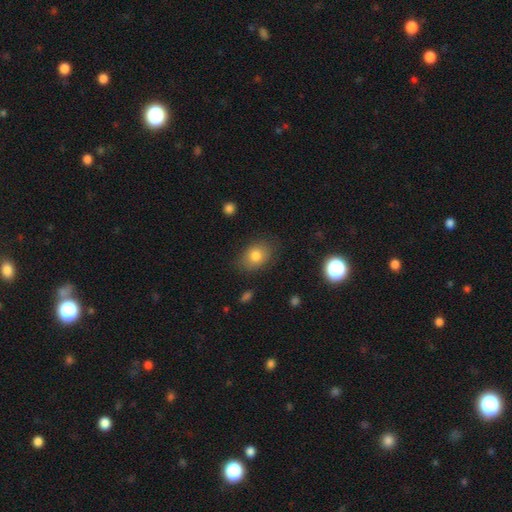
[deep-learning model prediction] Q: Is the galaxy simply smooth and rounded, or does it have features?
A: smooth — 79%.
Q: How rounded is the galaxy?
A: in between — 72%.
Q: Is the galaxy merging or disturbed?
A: none — 78%.